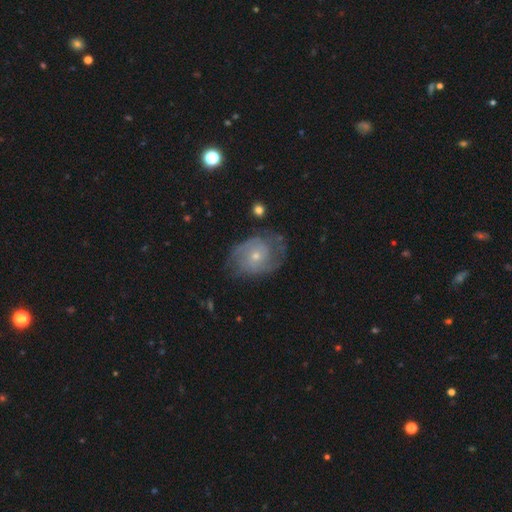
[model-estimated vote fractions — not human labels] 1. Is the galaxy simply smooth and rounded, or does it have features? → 74% featured or disk, 19% smooth, 7% star or artifact.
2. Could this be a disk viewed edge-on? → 97% no, 3% yes.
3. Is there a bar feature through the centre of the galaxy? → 77% no, 20% weak, 3% strong.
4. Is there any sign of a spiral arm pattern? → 86% yes, 14% no.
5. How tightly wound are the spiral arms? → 47% tight, 38% medium, 15% loose.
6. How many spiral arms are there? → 49% 2, 29% can't tell, 10% 3, 5% 1, 4% 4, 3% more than 4.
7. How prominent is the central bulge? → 66% small, 30% moderate, 1% large, 1% none, 1% dominant.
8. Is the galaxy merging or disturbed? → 61% none, 24% minor disturbance, 13% major disturbance, 2% merger.